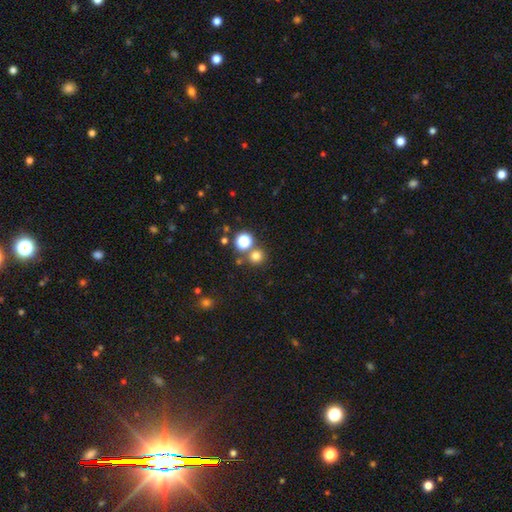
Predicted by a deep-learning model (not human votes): Smooth or featured: smooth — 74% (star or artifact — 19%)
How rounded: round — 92% (in between — 7%)
Merging: none — 74% (merger — 16%)